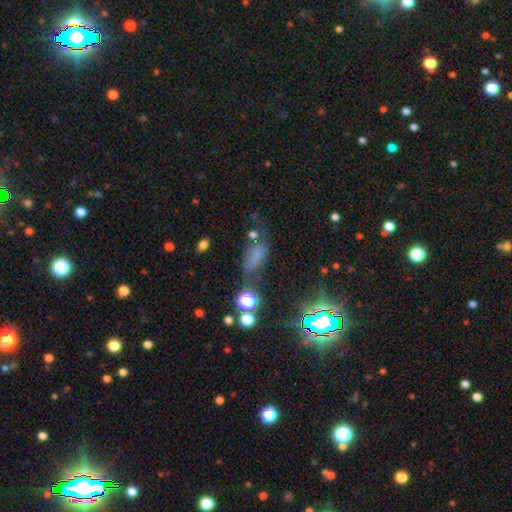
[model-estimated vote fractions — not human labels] Q: Smooth or featured?
A: smooth (54%); runner-up: star or artifact (28%)
Q: How rounded?
A: in between (73%); runner-up: cigar-shaped (16%)
Q: Merging?
A: none (40%); runner-up: minor disturbance (26%)